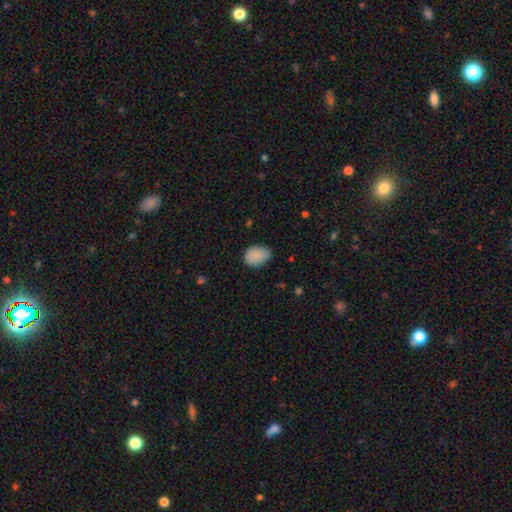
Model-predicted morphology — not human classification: Smooth or featured? smooth (86%)
How rounded? in between (67%)
Merging? none (57%)